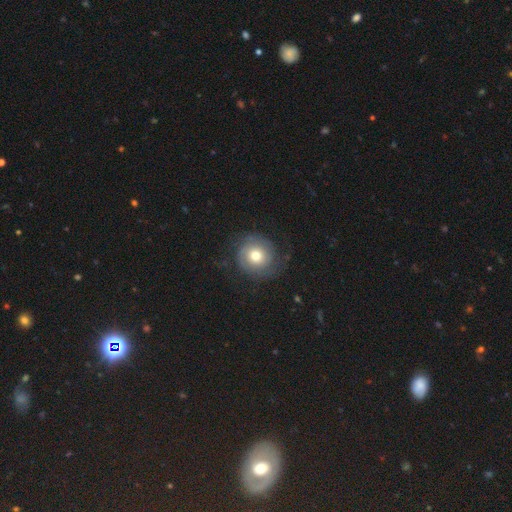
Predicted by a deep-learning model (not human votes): smooth_or_featured: featured or disk (p=0.48) [alt: smooth p=0.44]
merging: none (p=0.72) [alt: minor disturbance p=0.16]